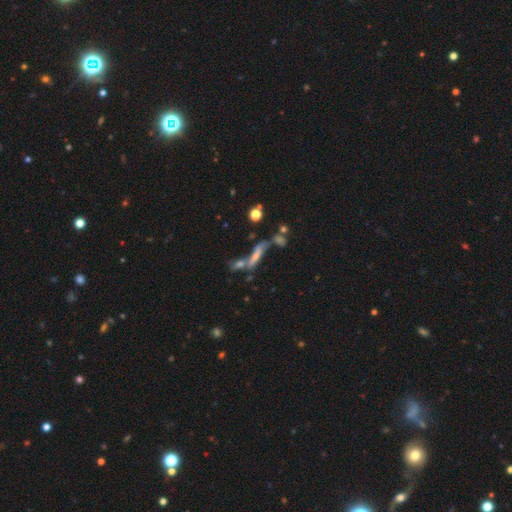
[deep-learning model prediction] smooth_or_featured: featured or disk (p=0.51) [alt: smooth p=0.30]
disk_edge_on: no (p=0.50) [tied with: yes p=0.50]
merging: merger (p=0.39) [alt: none p=0.33]